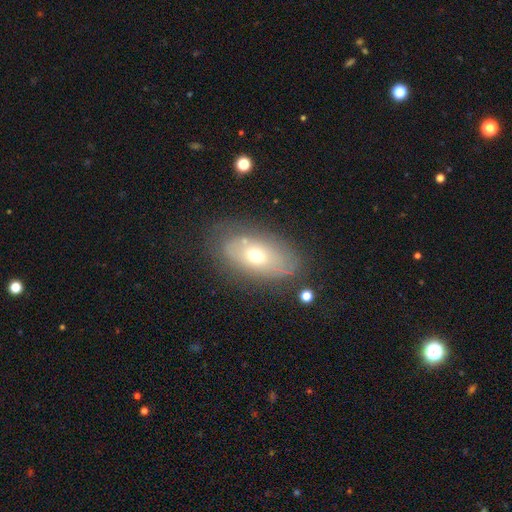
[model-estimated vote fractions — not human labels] Smooth or featured? Predicted: smooth (p=0.50). Merging? Predicted: none (p=0.71).